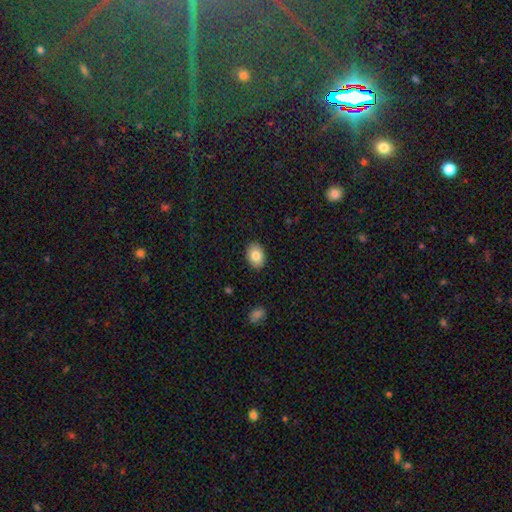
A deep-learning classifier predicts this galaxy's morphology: The model was most divided on "how rounded": in between: 82%, round: 17%, cigar-shaped: 1%. More confident: merging — none (89%); smooth or featured — smooth (82%).